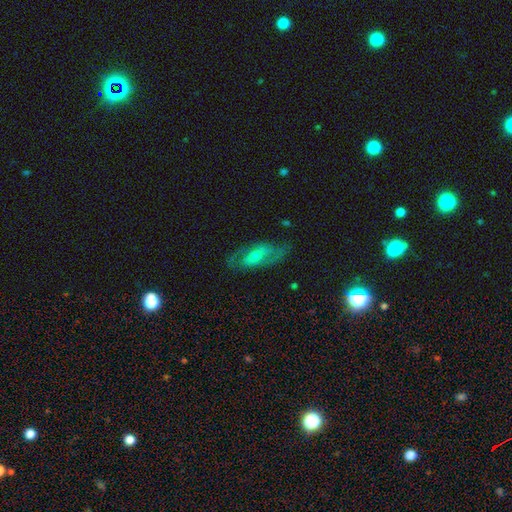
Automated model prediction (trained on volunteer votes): The model was most divided on "bar": no: 40%, weak: 38%, strong: 22%. Remaining: edge-on disk — no (88%); spiral arms — yes (75%); merging — none (70%); smooth or featured — featured or disk (69%); bulge size — small (47%).